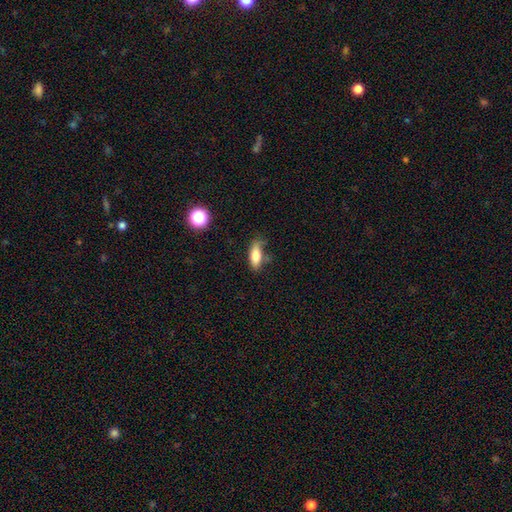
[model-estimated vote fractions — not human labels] Smooth or featured: smooth — 78% (featured or disk — 13%)
How rounded: in between — 69% (cigar-shaped — 28%)
Merging: none — 54% (minor disturbance — 30%)